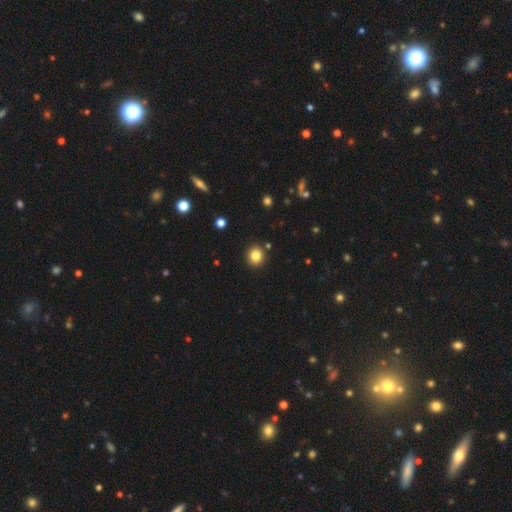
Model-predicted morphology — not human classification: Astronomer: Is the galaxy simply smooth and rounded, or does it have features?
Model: smooth — 83%.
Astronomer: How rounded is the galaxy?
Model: round — 82%.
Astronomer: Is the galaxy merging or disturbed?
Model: none — 90%.